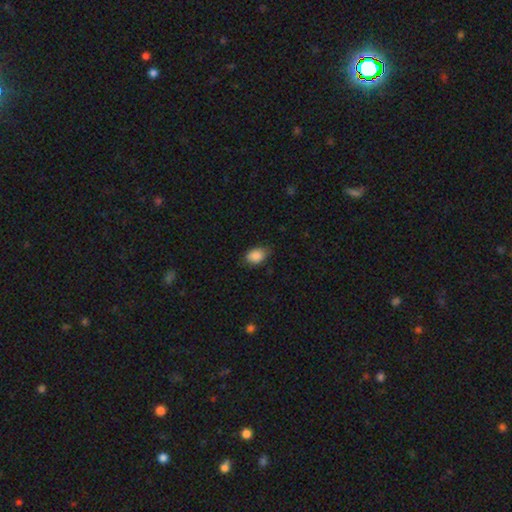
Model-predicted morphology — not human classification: Q: Smooth or featured?
A: smooth (87%); runner-up: star or artifact (8%)
Q: How rounded?
A: in between (77%); runner-up: round (22%)
Q: Merging?
A: none (70%); runner-up: minor disturbance (25%)